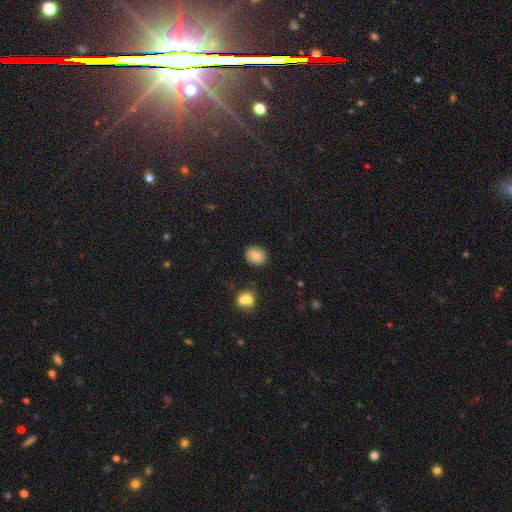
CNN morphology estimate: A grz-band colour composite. It shows a smooth galaxy with no disk features (79%) that is round (66%). Merging: none (83%).